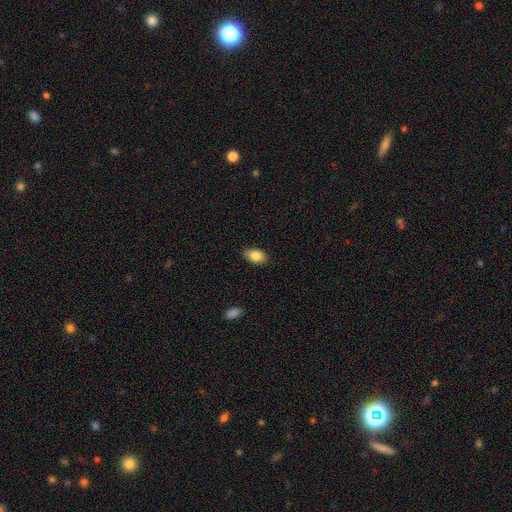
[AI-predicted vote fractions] Smooth or featured?
  - smooth: 85% *
  - featured or disk: 8%
  - star or artifact: 7%
How rounded?
  - in between: 90% *
  - round: 9%
  - cigar-shaped: 2%
Merging?
  - none: 85% *
  - minor disturbance: 12%
  - major disturbance: 2%
  - merger: 1%